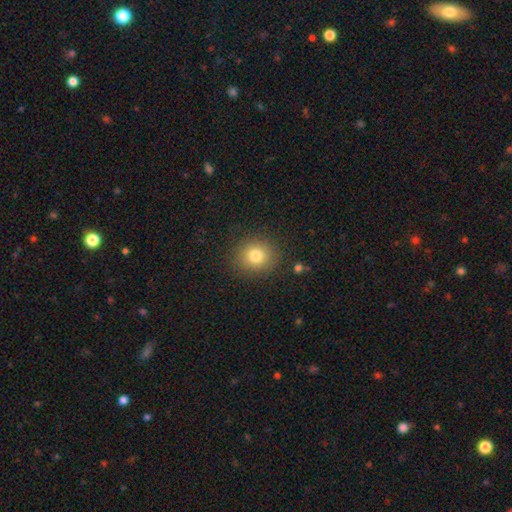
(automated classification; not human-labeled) Overall: smooth (79%). How rounded: round (81%). Merging: none (87%).